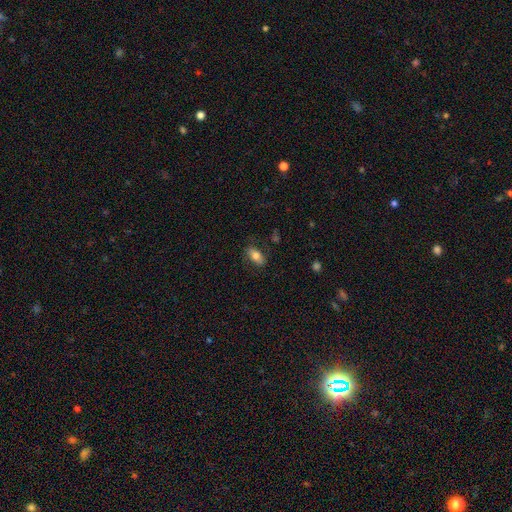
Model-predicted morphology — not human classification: Smooth or featured? Predicted: smooth (p=0.75). How rounded? Predicted: in between (p=0.88). Merging? Predicted: none (p=0.80).